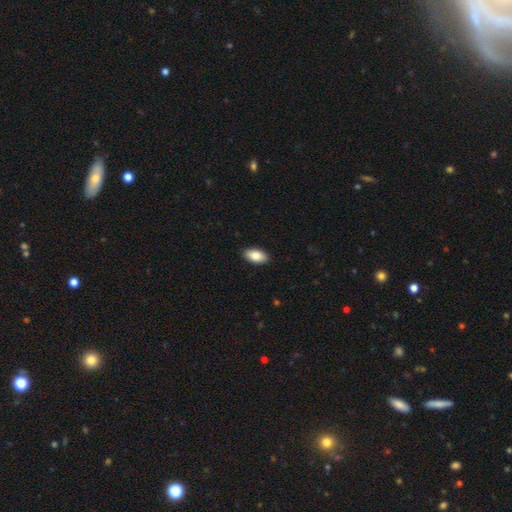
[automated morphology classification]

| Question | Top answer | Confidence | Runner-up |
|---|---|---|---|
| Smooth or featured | smooth | 87% | featured or disk (7%) |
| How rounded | in between | 94% | round (3%) |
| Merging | none | 90% | minor disturbance (7%) |